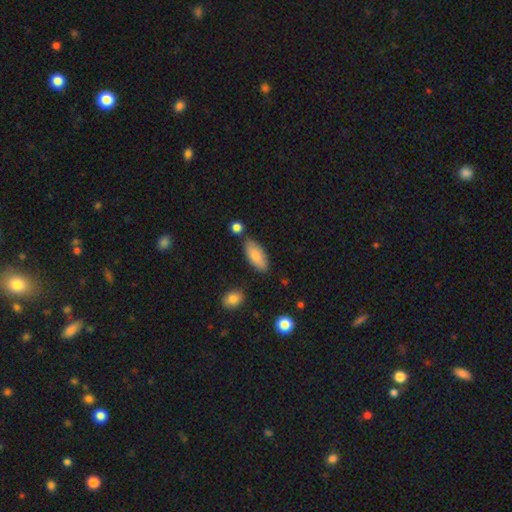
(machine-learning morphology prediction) Smooth or featured? Predicted: smooth (p=0.82). How rounded? Predicted: in between (p=0.86). Merging? Predicted: none (p=0.76).